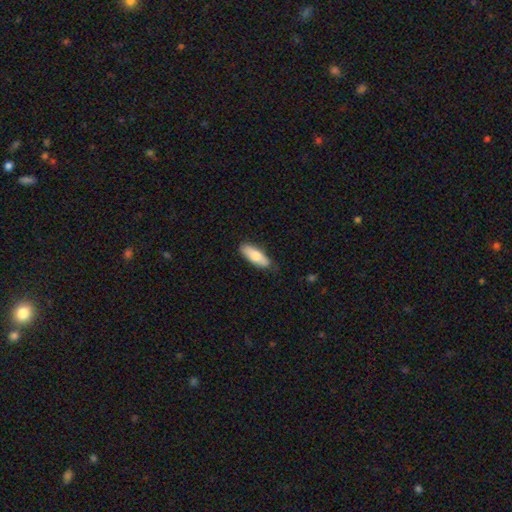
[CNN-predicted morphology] A smooth galaxy with no disk features (79%) that is in between round and cigar-shaped (65%).

Vote fractions:
- Smooth or featured? smooth: 79% / featured or disk: 16% / star or artifact: 5%
- How rounded? in between: 65% / cigar-shaped: 33% / round: 2%
- Merging? none: 83% / minor disturbance: 14% / major disturbance: 2% / merger: 1%